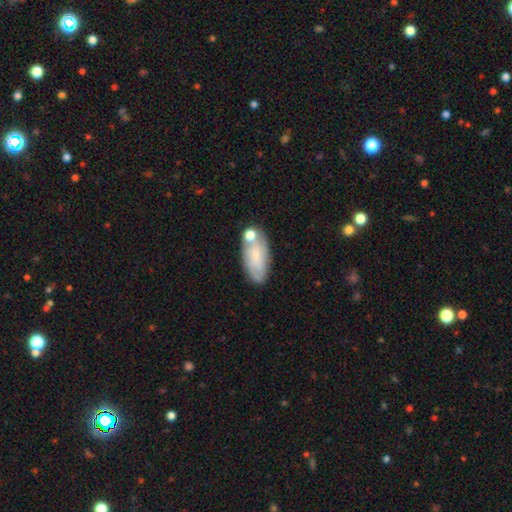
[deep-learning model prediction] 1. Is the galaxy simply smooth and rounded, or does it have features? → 60% smooth, 33% featured or disk, 7% star or artifact.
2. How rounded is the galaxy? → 87% in between, 10% cigar-shaped, 3% round.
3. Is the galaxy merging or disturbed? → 56% none, 20% minor disturbance, 18% merger, 6% major disturbance.